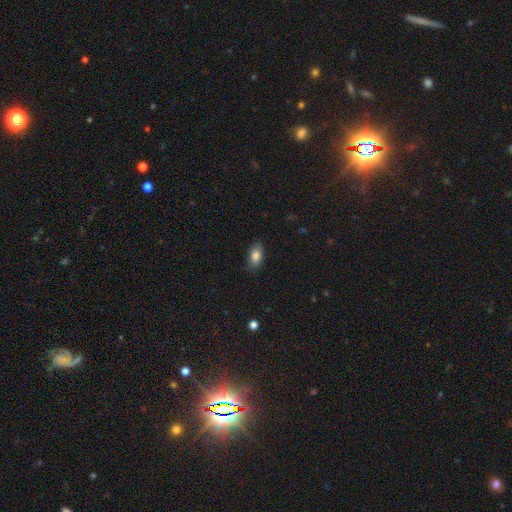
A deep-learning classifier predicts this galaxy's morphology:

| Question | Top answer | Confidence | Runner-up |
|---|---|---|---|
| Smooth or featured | smooth | 83% | featured or disk (9%) |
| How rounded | in between | 89% | round (6%) |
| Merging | none | 84% | minor disturbance (13%) |